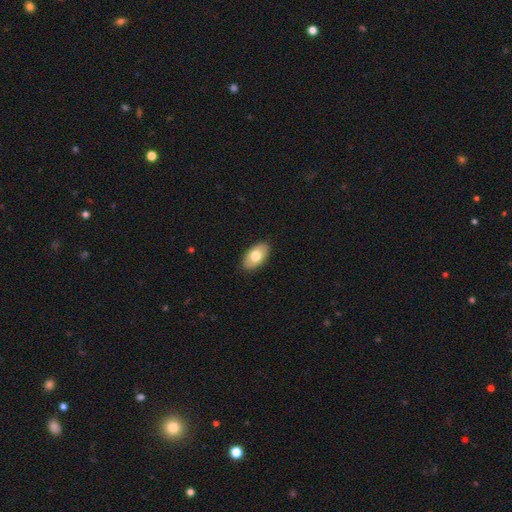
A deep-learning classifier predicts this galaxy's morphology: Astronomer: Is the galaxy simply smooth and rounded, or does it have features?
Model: smooth — 73%.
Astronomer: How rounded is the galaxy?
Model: in between — 94%.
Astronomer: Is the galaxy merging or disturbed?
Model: none — 88%.